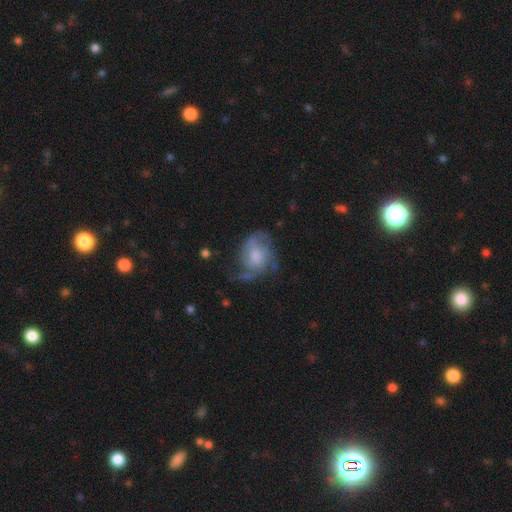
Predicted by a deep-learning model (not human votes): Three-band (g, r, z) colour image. It shows a featured or disk galaxy (71%) with no bar (68%), 2 (47%) medium (45%) spiral arms (88%) and a moderate central bulge (40%). Merging: none (49%).